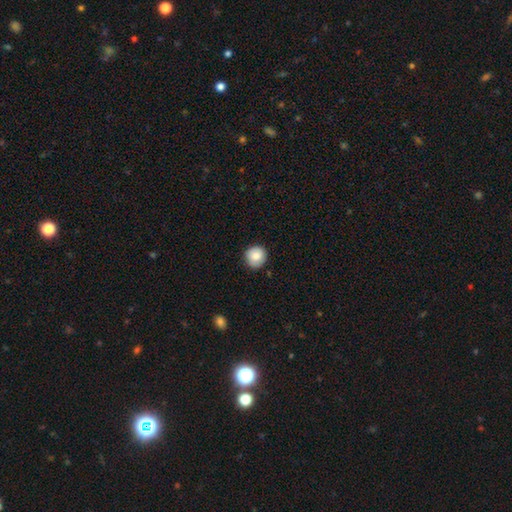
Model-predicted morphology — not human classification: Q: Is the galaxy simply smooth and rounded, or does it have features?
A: smooth — 84%.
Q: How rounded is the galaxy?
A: round — 92%.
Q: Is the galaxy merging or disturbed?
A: none — 87%.